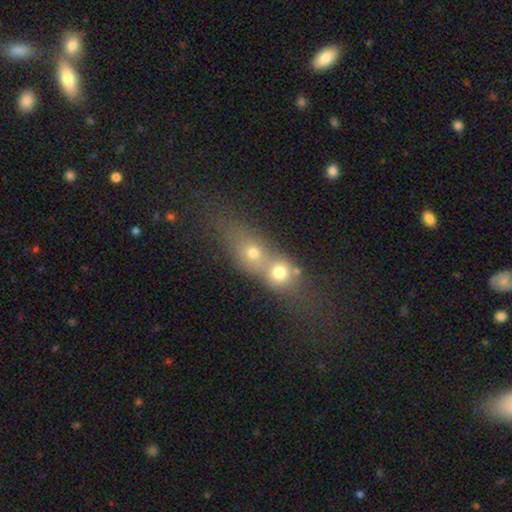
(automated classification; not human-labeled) This is possibly a smooth galaxy (51%). How rounded: marginally round (42%). Merging: likely merger (72%).